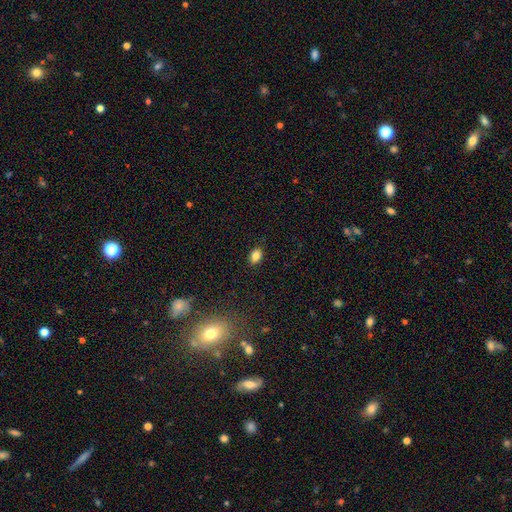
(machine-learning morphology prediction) The model was most divided on "how rounded": in between: 81%, round: 18%, cigar-shaped: 1%. More confident: merging — none (88%); smooth or featured — smooth (85%).